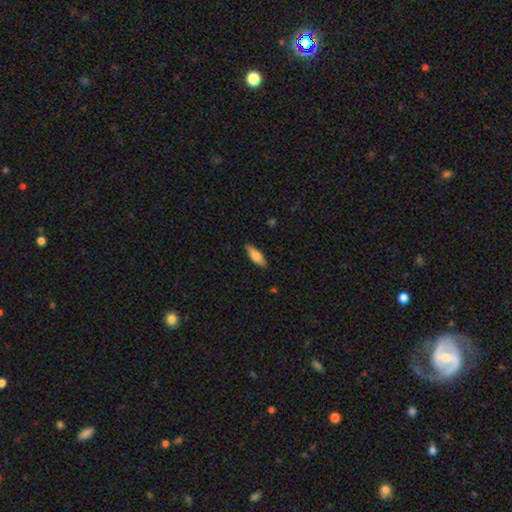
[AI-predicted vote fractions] smooth-or-featured: smooth: 76% | featured or disk: 18% | star or artifact: 6%
  how-rounded: in between: 59% | cigar-shaped: 39% | round: 2%
  merging: none: 87% | minor disturbance: 10% | major disturbance: 2% | merger: 1%